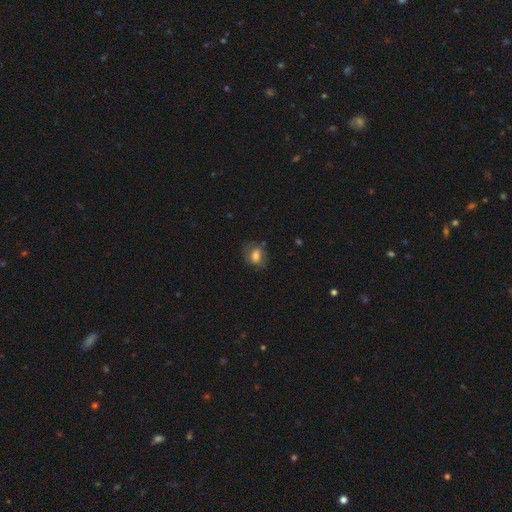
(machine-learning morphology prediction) Overall: smooth (70%). How rounded: in between (61%; round 38%). Merging: none (60%; minor disturbance 25%).